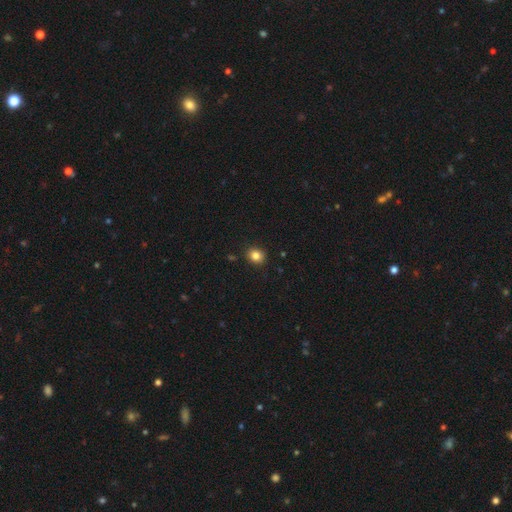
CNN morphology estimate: A smooth galaxy with no disk features (84%) that is round (73%). Merging: none (90%).